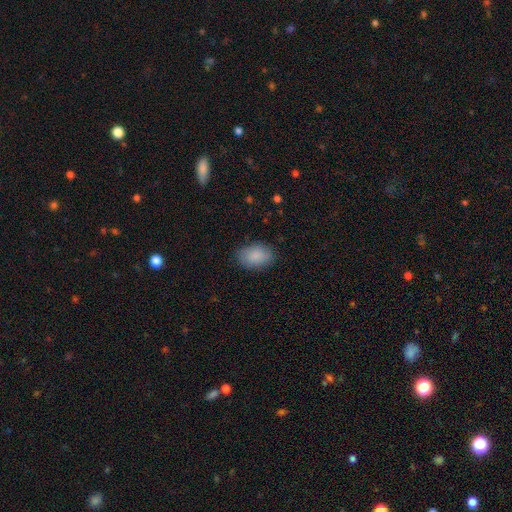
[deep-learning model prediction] A smooth galaxy with no disk features (88%) that is in between round and cigar-shaped (86%). Merging: none (84%).